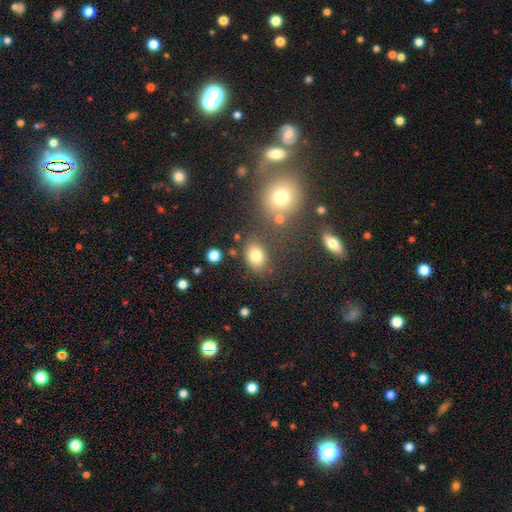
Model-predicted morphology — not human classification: The model was most divided on "how rounded": in between: 62%, round: 37%, cigar-shaped: 1%. More confident: smooth or featured — smooth (79%); merging — none (75%).